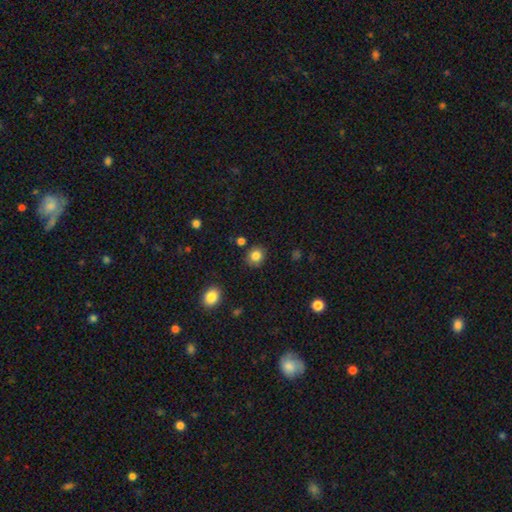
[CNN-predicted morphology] Smooth or featured? Predicted: smooth (p=0.83). How rounded? Predicted: round (p=0.79). Merging? Predicted: none (p=0.86).